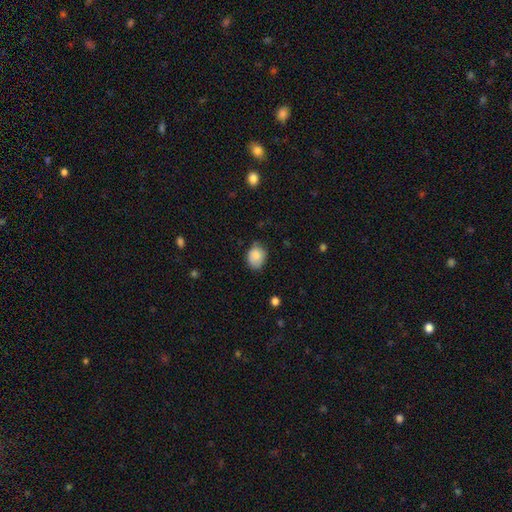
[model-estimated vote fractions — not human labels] smooth 85%, star or artifact 8%, featured or disk 7%. Down the decision tree: how rounded — in between (51%); merging — none (69%).